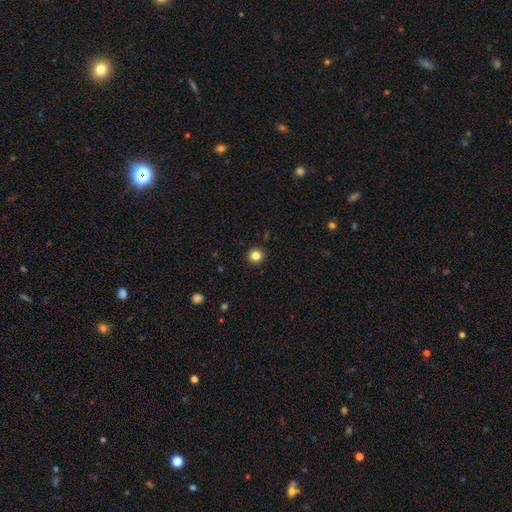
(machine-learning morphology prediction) Smooth or featured? smooth (83%)
How rounded? round (93%)
Merging? none (93%)